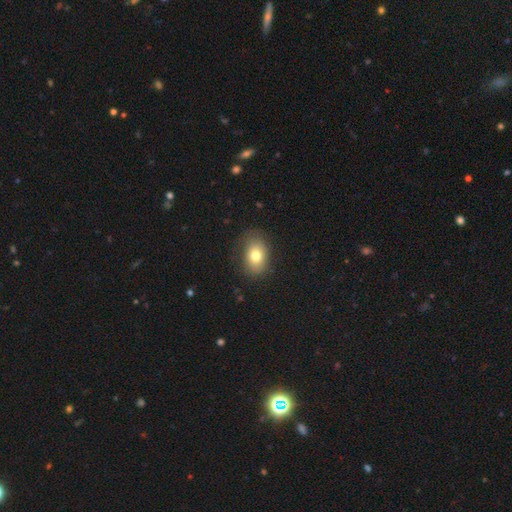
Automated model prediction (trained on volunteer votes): The model was most divided on "how rounded": in between: 78%, round: 21%, cigar-shaped: 1%. More confident: merging — none (78%); smooth or featured — smooth (77%).